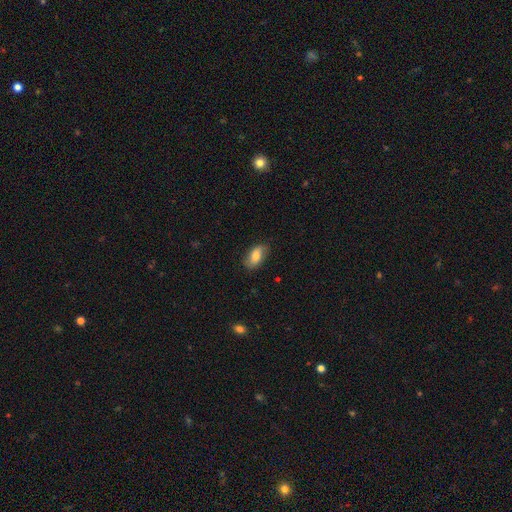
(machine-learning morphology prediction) smooth_or_featured: smooth (p=0.70) [alt: featured or disk p=0.23]
how_rounded: in between (p=0.90) [alt: round p=0.05]
merging: none (p=0.80) [alt: minor disturbance p=0.16]